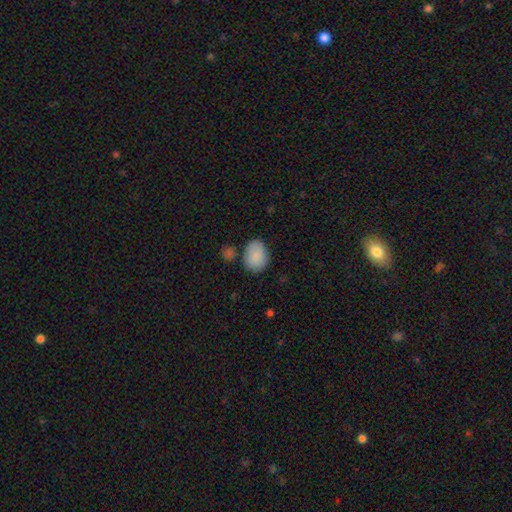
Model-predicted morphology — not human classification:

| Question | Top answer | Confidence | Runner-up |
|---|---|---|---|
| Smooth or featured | smooth | 88% | star or artifact (7%) |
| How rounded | in between | 74% | round (25%) |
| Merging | none | 72% | minor disturbance (17%) |